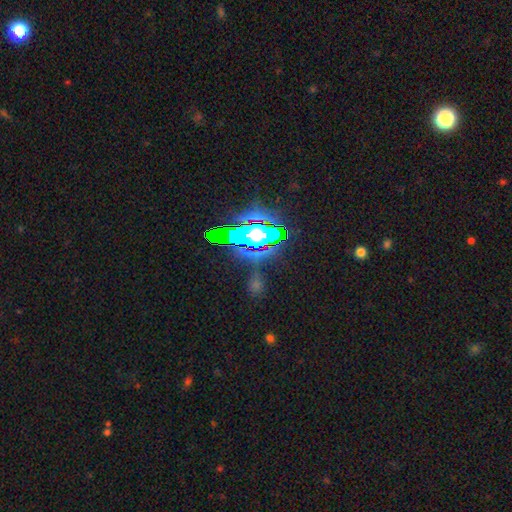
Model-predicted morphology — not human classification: star or artifact 80%, smooth 12%, featured or disk 8%.